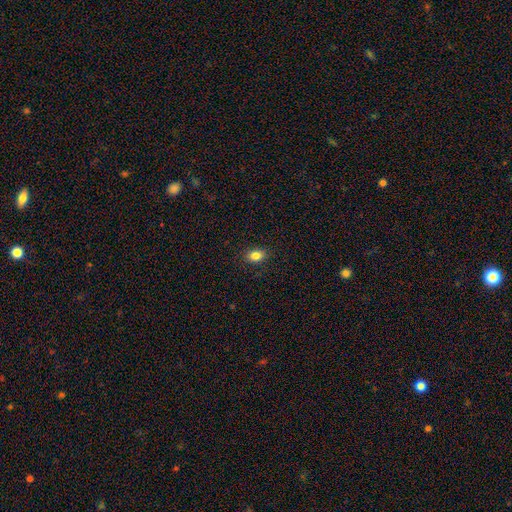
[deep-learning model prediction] Smooth or featured: smooth — 84% (star or artifact — 10%)
How rounded: in between — 77% (round — 22%)
Merging: none — 88% (minor disturbance — 9%)